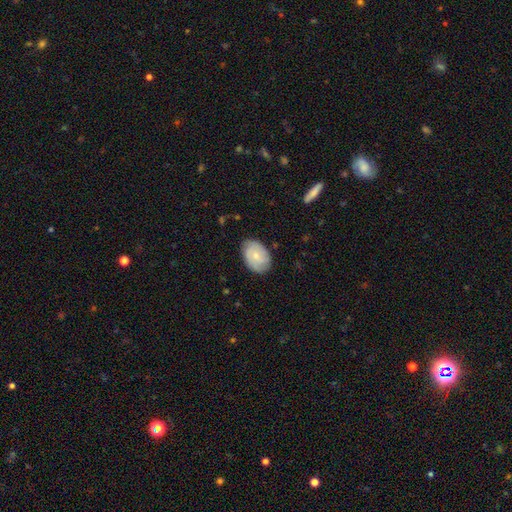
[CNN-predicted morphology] Smooth or featured? smooth (58%)
How rounded? in between (82%)
Merging? none (78%)